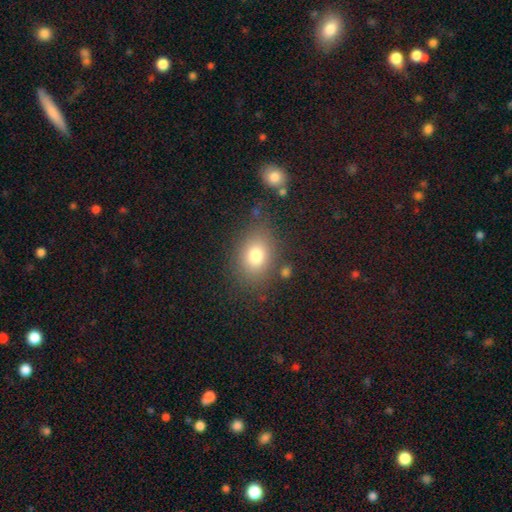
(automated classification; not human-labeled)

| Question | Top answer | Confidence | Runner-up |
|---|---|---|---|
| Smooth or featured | smooth | 77% | star or artifact (12%) |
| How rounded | in between | 63% | round (36%) |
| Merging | none | 78% | minor disturbance (13%) |